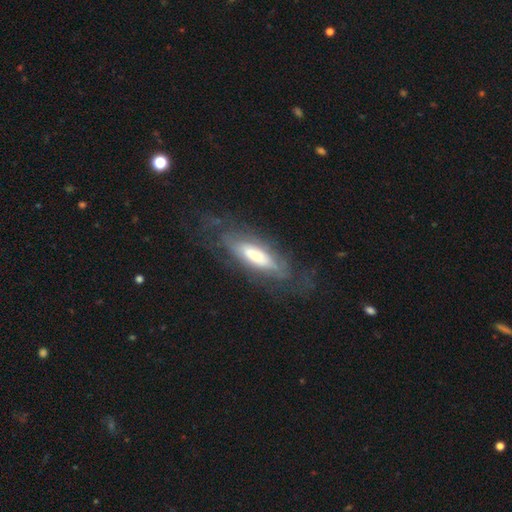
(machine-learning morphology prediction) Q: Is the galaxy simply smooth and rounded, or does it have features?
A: featured or disk — 58%.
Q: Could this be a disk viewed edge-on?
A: no — 70%.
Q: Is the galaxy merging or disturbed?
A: none — 64%.